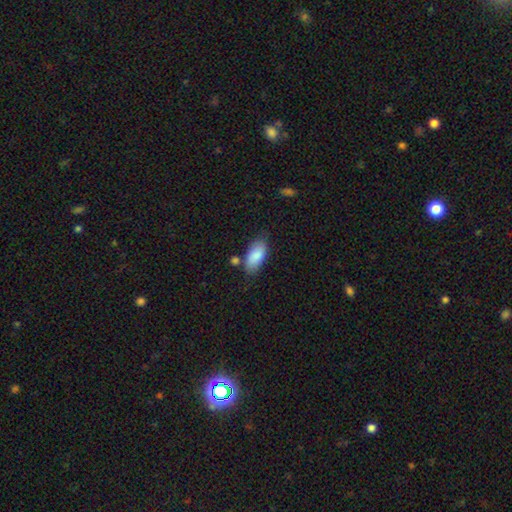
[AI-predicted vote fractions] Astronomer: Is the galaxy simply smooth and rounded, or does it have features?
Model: smooth — 87%.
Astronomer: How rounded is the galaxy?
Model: in between — 91%.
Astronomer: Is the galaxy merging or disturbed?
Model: none — 68%.